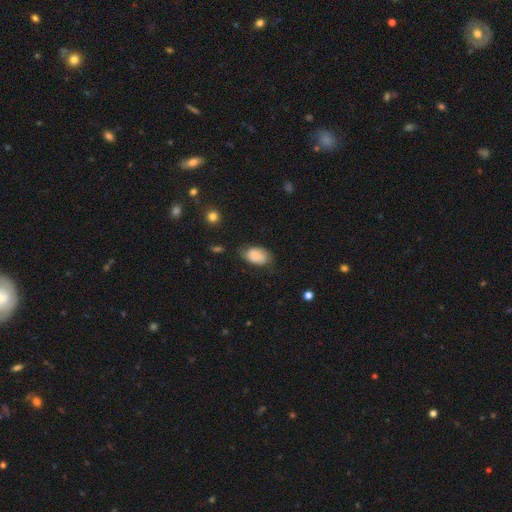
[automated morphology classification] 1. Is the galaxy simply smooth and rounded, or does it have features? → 79% smooth, 13% featured or disk, 7% star or artifact.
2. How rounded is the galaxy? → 91% in between, 8% round, 1% cigar-shaped.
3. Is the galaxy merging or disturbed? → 64% none, 27% minor disturbance, 7% major disturbance, 2% merger.